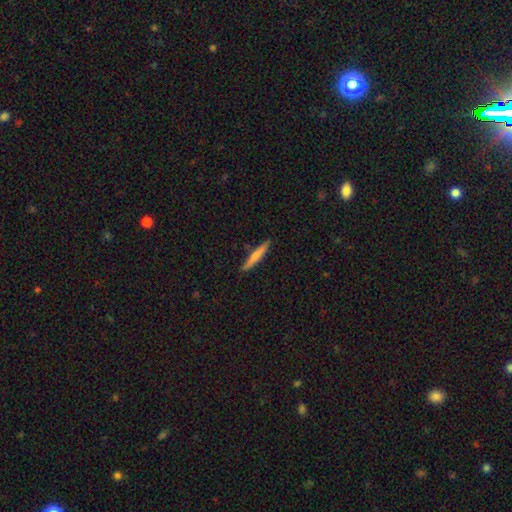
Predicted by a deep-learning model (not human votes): A smooth galaxy with no disk features (69%) that is cigar-shaped (94%). Merging: none (88%).